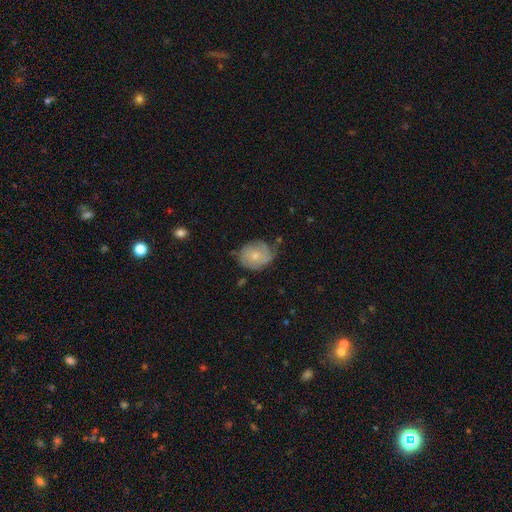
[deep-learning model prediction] This is possibly a featured or disk galaxy (54%). It is clearly not viewed edge-on (97%). Bar: clearly no (81%). Spiral arm pattern: likely yes (79%). Central bulge: possibly small (48%). Merging: possibly none (55%).